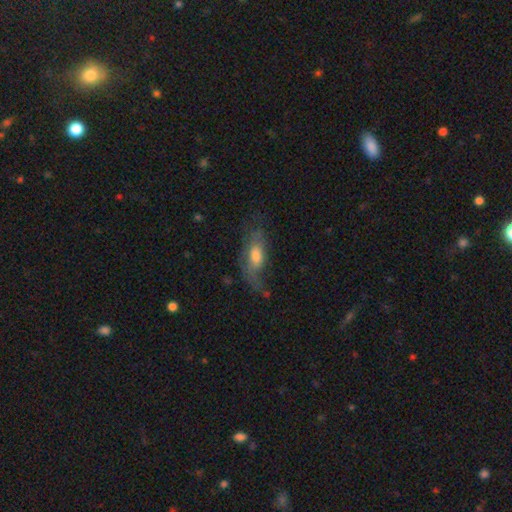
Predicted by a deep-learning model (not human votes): Smooth or featured? smooth (48%)
Merging? none (45%)